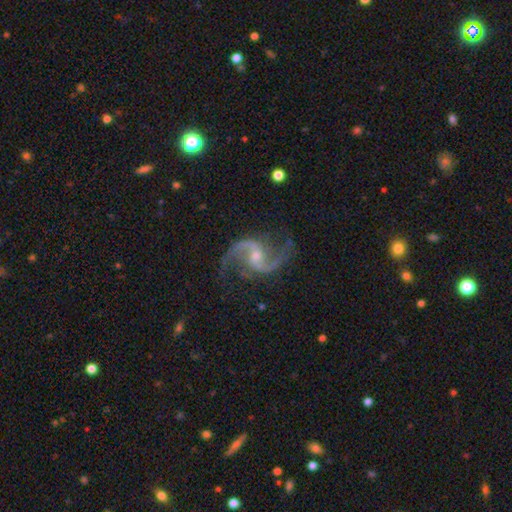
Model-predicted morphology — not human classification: featured or disk 93%, star or artifact 5%, smooth 2%. Down the decision tree: edge-on disk — no (98%); bar — weak (43%); spiral arms — yes (98%); spiral arm count — 2 (94%); spiral winding — loose (58%); bulge size — small (55%); merging — none (79%).